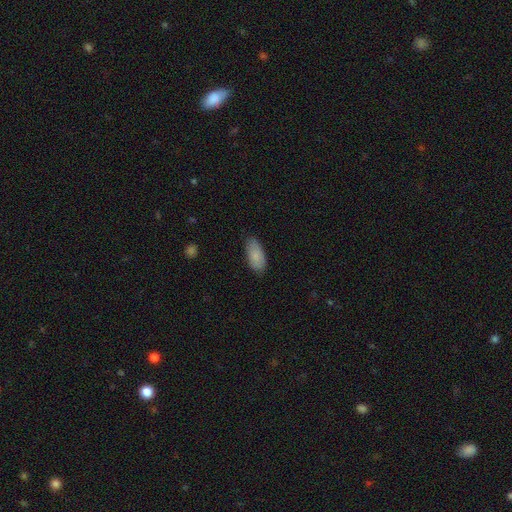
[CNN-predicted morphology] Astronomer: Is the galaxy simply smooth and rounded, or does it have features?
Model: smooth — 84%.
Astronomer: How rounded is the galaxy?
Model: in between — 91%.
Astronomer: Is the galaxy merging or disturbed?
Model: none — 79%.